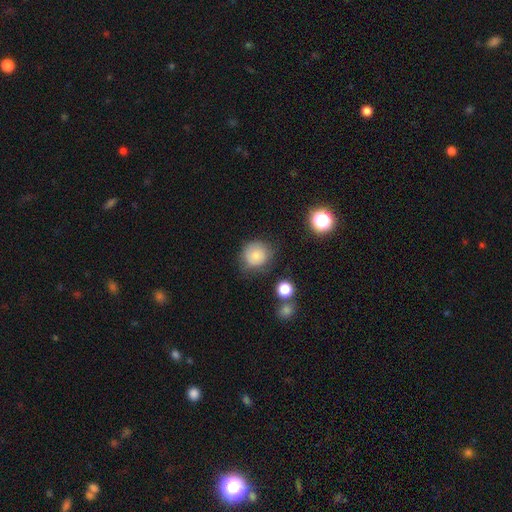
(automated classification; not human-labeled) This is clearly a smooth galaxy (80%). How rounded: clearly round (85%). Merging: likely none (72%).